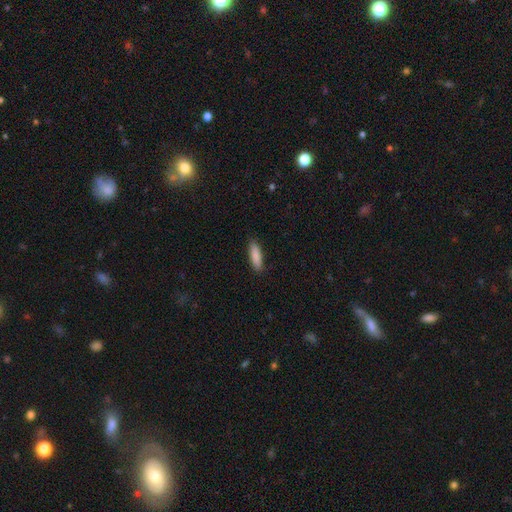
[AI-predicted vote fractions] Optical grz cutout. It shows a smooth galaxy with no disk features (87%) that is cigar-shaped (58%). Merging: none (89%).